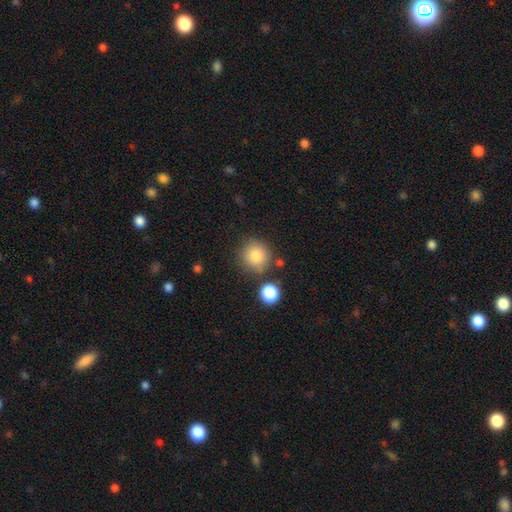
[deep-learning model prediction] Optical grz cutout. It shows a smooth galaxy with no disk features (84%) that is round (92%). Merging: none (78%).